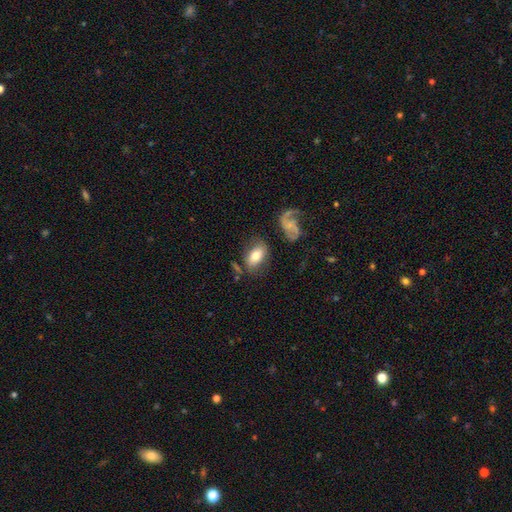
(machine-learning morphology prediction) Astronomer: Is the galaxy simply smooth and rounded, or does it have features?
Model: smooth — 71%.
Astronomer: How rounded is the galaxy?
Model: in between — 88%.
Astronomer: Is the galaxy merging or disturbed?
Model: none — 64%.